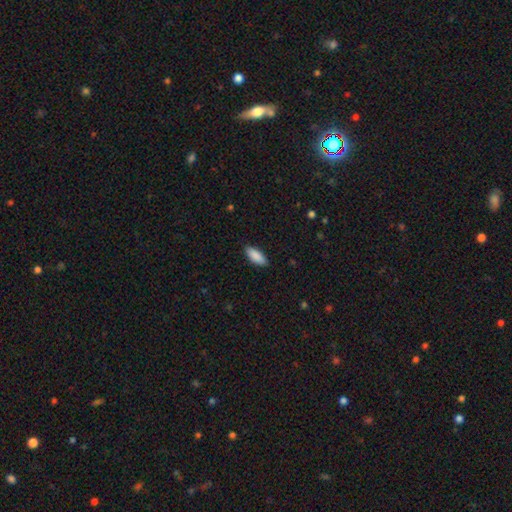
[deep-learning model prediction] Overall: smooth (90%). How rounded: in between (80%). Merging: none (88%).